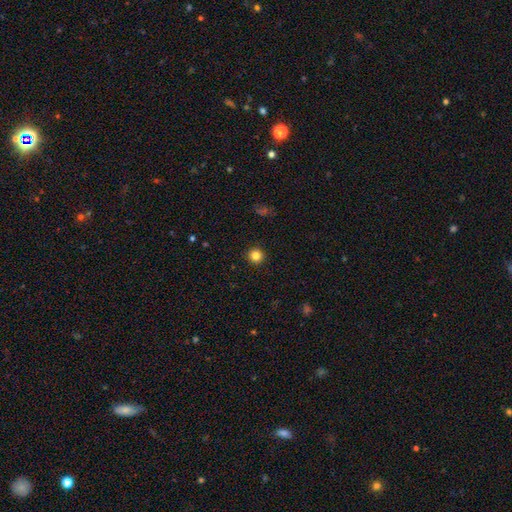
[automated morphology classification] Smooth or featured? Predicted: smooth (p=0.83). How rounded? Predicted: round (p=0.95). Merging? Predicted: none (p=0.93).